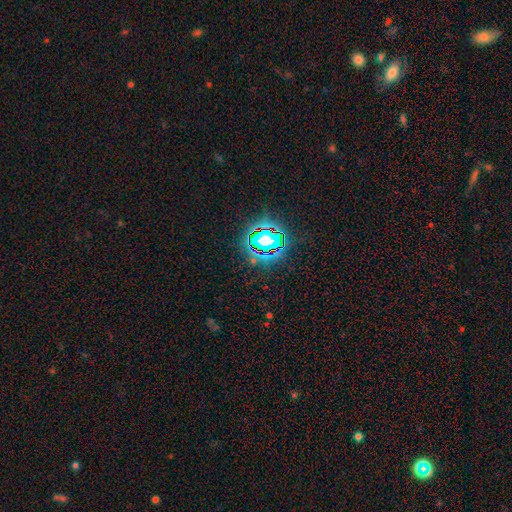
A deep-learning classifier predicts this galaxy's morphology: Smooth or featured? Predicted: star or artifact (p=0.80).